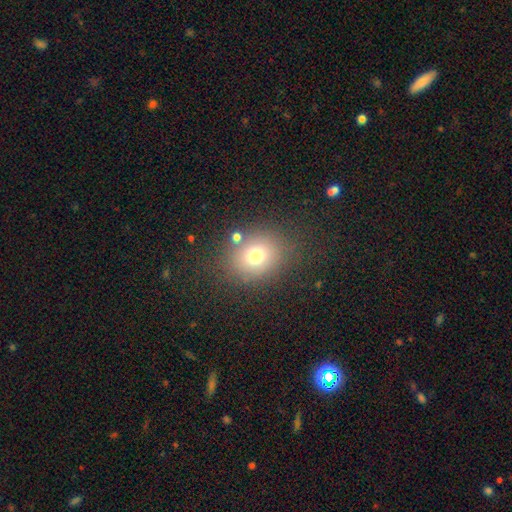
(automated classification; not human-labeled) Smooth or featured?
  - smooth: 73% *
  - star or artifact: 15%
  - featured or disk: 12%
How rounded?
  - round: 56% *
  - in between: 43%
  - cigar-shaped: 1%
Merging?
  - none: 78% *
  - minor disturbance: 11%
  - merger: 5%
  - major disturbance: 5%